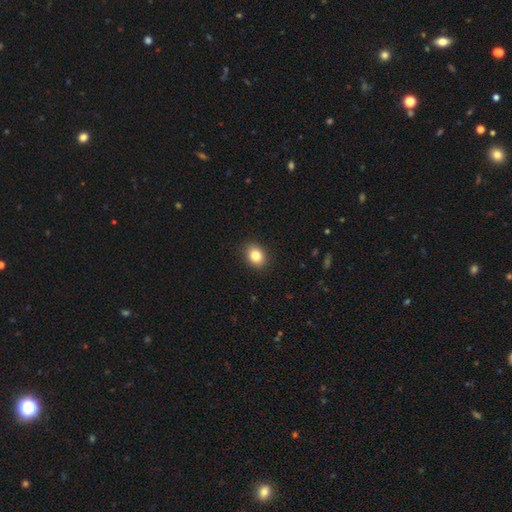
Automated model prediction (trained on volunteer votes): Smooth or featured? Predicted: smooth (p=0.84). How rounded? Predicted: in between (p=0.56). Merging? Predicted: none (p=0.89).